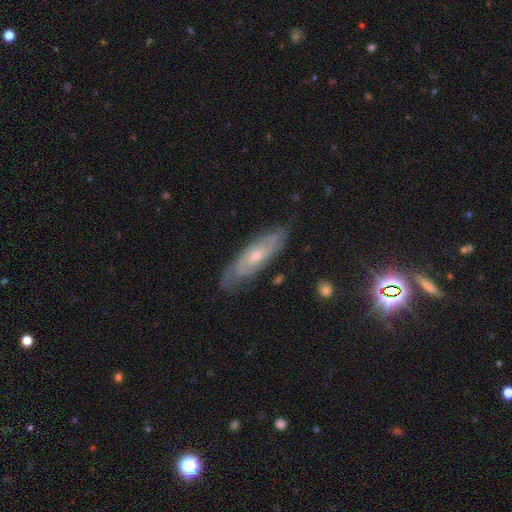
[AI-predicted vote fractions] Smooth or featured? featured or disk (79%)
Edge-on disk? no (82%)
Bar? no (62%)
Spiral arms? yes (92%)
Spiral winding? tight (62%)
Spiral arm count? 2 (46%)
Bulge size? small (53%)
Merging? none (76%)